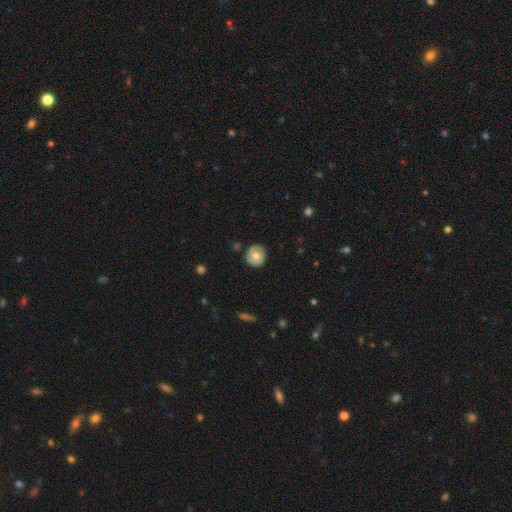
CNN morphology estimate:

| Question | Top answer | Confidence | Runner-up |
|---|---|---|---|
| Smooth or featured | smooth | 60% | featured or disk (33%) |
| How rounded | round | 87% | in between (12%) |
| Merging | none | 83% | minor disturbance (13%) |